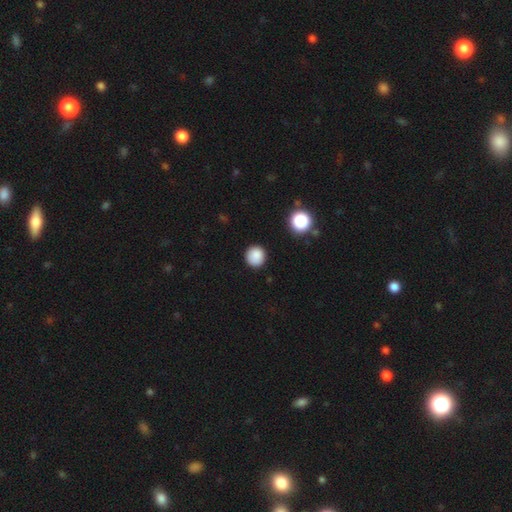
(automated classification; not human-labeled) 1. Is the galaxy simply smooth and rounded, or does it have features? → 86% smooth, 11% star or artifact, 4% featured or disk.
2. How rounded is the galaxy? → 92% round, 7% in between, 1% cigar-shaped.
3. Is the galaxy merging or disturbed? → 89% none, 8% minor disturbance, 2% major disturbance, 1% merger.